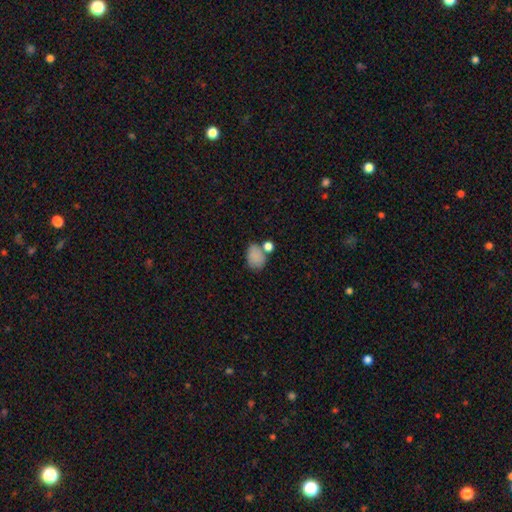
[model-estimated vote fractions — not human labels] Smooth or featured: smooth — 81% (star or artifact — 11%)
How rounded: in between — 67% (round — 32%)
Merging: none — 56% (merger — 21%)